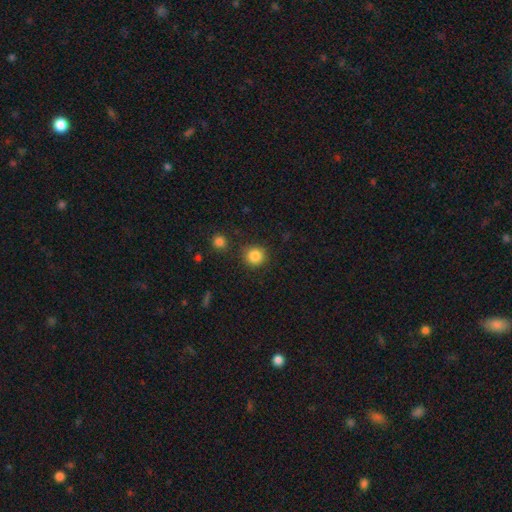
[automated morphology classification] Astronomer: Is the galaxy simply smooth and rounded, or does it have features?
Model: smooth — 85%.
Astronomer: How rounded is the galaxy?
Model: round — 92%.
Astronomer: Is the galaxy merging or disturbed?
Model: none — 86%.